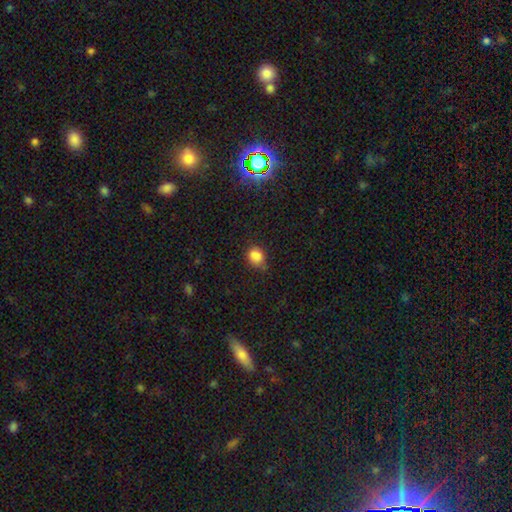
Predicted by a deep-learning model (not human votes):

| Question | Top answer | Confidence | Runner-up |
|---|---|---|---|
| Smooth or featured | smooth | 82% | star or artifact (12%) |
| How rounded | round | 50% | in between (49%) |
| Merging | none | 58% | minor disturbance (31%) |